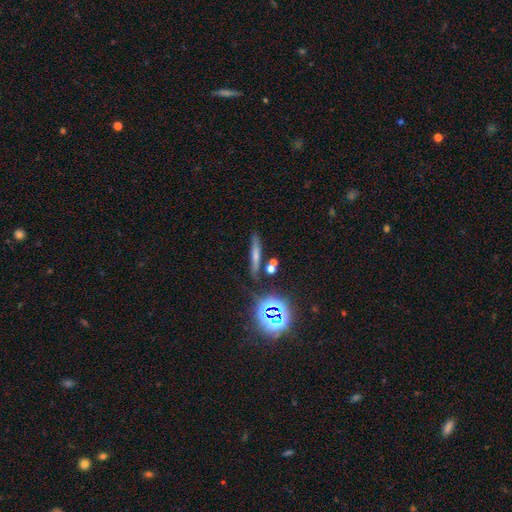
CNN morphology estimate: A smooth galaxy with no disk features (56%) that is cigar-shaped (82%). Merging: none (76%).